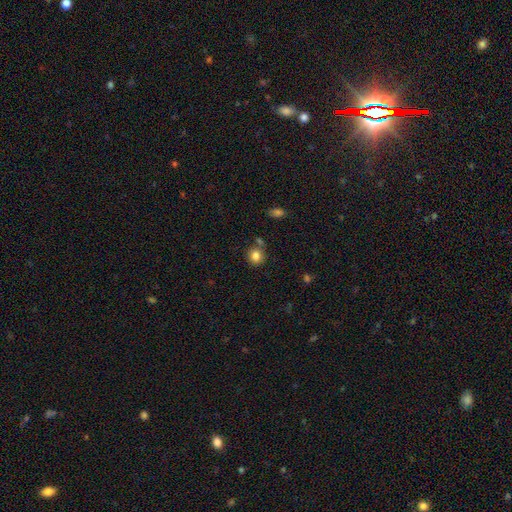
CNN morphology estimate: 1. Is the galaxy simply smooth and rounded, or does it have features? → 83% smooth, 11% star or artifact, 6% featured or disk.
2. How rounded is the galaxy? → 85% round, 14% in between, 1% cigar-shaped.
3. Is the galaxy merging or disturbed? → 74% none, 12% minor disturbance, 11% merger, 4% major disturbance.